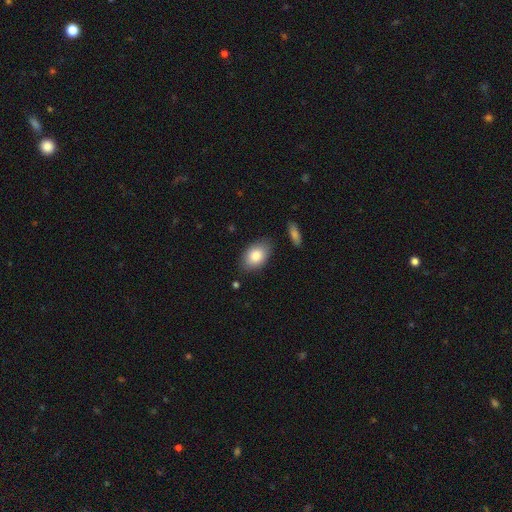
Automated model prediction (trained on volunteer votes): Q: Smooth or featured?
A: smooth (84%); runner-up: featured or disk (10%)
Q: How rounded?
A: in between (88%); runner-up: round (10%)
Q: Merging?
A: none (82%); runner-up: minor disturbance (12%)